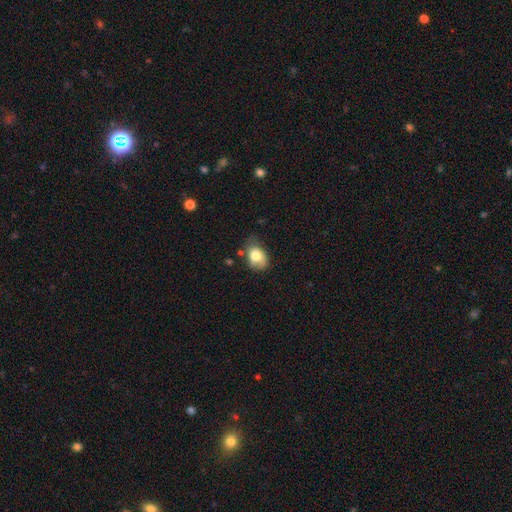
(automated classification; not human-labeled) This appears to be a smooth galaxy with no disk features (74%) that is in between round and cigar-shaped (74%). Merging: none (47%).